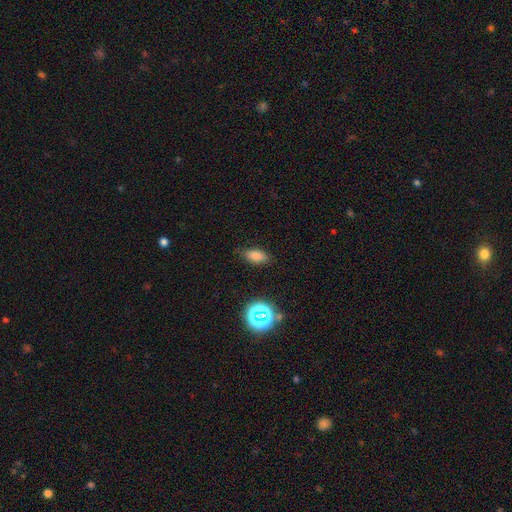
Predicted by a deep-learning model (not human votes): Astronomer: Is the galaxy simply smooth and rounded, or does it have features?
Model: smooth — 77%.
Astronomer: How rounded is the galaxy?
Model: in between — 86%.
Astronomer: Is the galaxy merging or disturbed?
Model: none — 78%.